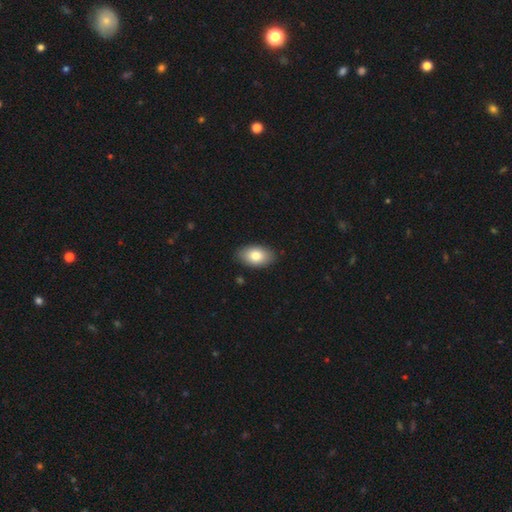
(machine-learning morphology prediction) type=smooth (81%); roundness=in between (92%); merging=none (87%).